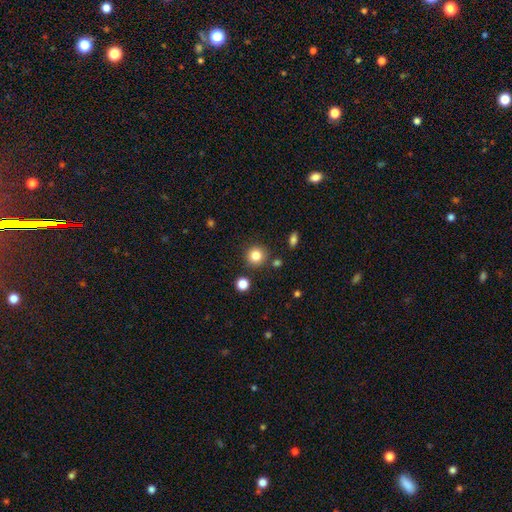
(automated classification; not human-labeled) Smooth or featured?
  - smooth: 83% *
  - star or artifact: 11%
  - featured or disk: 6%
How rounded?
  - round: 93% *
  - in between: 6%
  - cigar-shaped: 1%
Merging?
  - none: 86% *
  - minor disturbance: 7%
  - merger: 4%
  - major disturbance: 2%